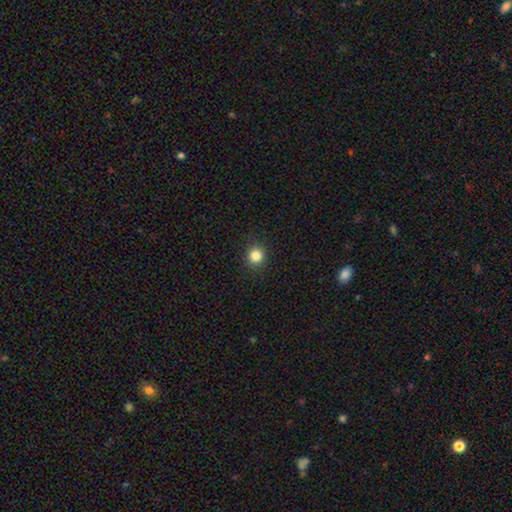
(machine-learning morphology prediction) A smooth galaxy with no disk features (84%) that is round (91%).

Vote fractions:
- Smooth or featured? smooth: 84% / star or artifact: 12% / featured or disk: 4%
- How rounded? round: 91% / in between: 8% / cigar-shaped: 1%
- Merging? none: 91% / minor disturbance: 6% / major disturbance: 2% / merger: 1%